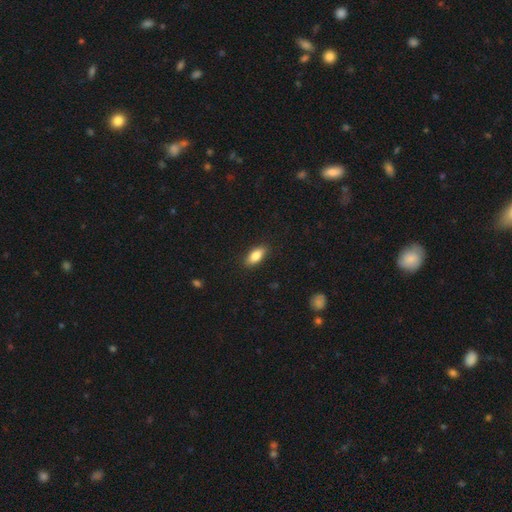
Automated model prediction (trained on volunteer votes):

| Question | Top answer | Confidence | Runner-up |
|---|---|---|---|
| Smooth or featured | smooth | 82% | featured or disk (11%) |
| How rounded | in between | 82% | cigar-shaped (15%) |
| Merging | none | 88% | minor disturbance (9%) |